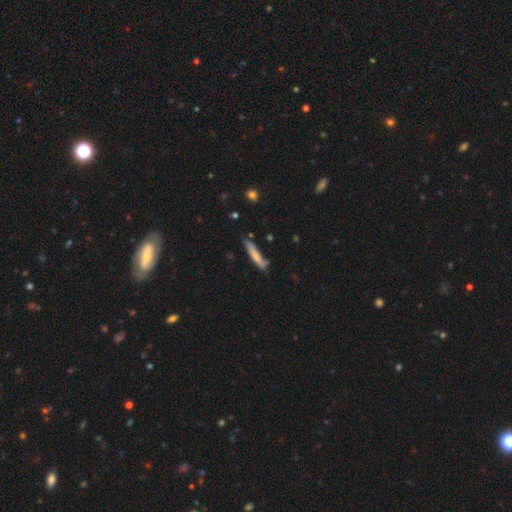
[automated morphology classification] smooth 72%, featured or disk 22%, star or artifact 6%. Down the decision tree: how rounded — cigar-shaped (89%); merging — none (69%).